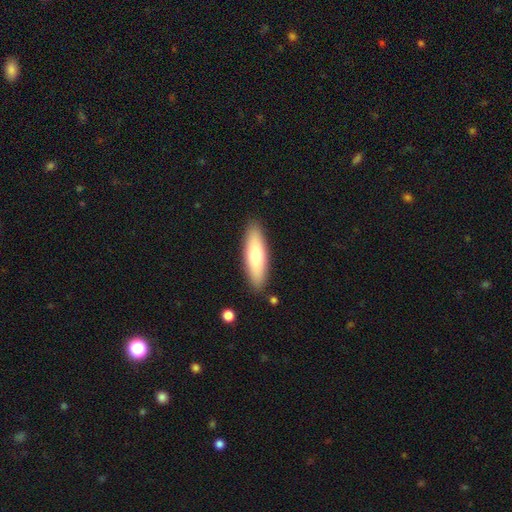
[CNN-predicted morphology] Smooth or featured?
  - smooth: 69% *
  - featured or disk: 26%
  - star or artifact: 6%
How rounded?
  - cigar-shaped: 54% *
  - in between: 44%
  - round: 2%
Merging?
  - none: 88% *
  - minor disturbance: 9%
  - major disturbance: 2%
  - merger: 2%